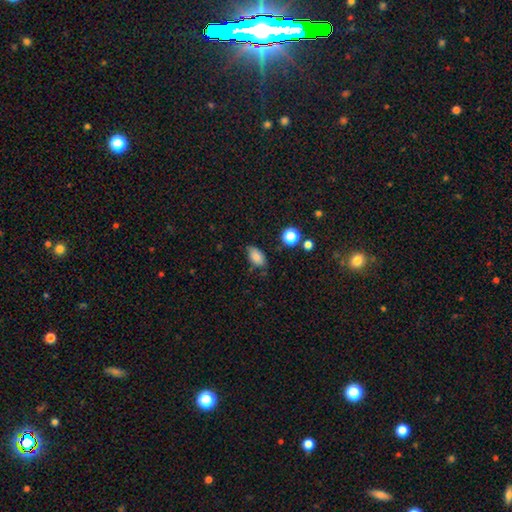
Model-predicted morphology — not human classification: Smooth or featured: smooth — 82% (star or artifact — 10%)
How rounded: in between — 90% (round — 8%)
Merging: none — 71% (minor disturbance — 23%)